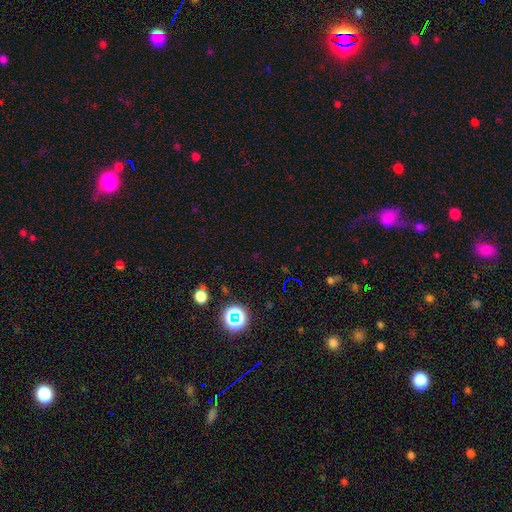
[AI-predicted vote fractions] star or artifact 67%, smooth 24%, featured or disk 8%.